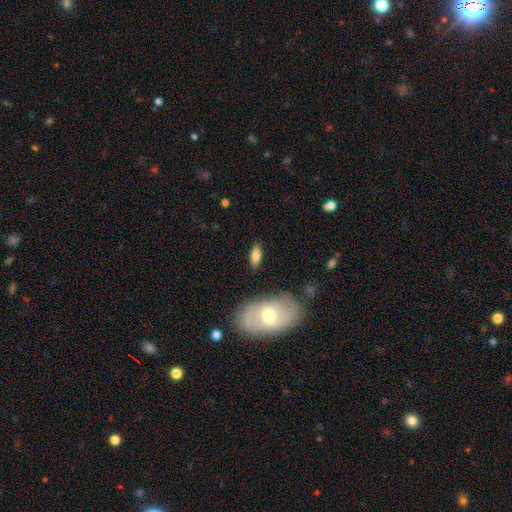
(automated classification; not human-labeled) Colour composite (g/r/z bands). It shows a smooth galaxy with no disk features (76%) that is in between round and cigar-shaped (82%). Merging: none (83%).